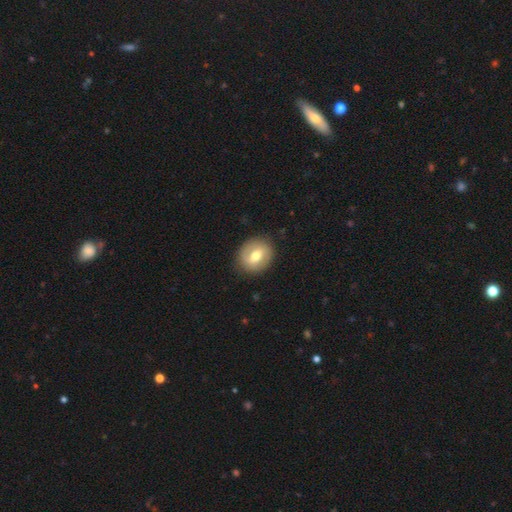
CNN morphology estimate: Overall: smooth (51%; featured or disk 43%). How rounded: round (72%). Merging: none (87%).